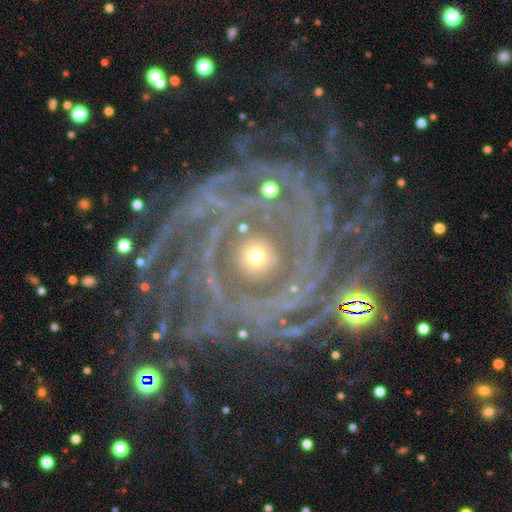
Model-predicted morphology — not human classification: featured or disk 66%, star or artifact 24%, smooth 10%. Down the decision tree: edge-on disk — no (95%); bar — no (48%); spiral arms — yes (89%); spiral arm count — can't tell (34%); spiral winding — tight (70%); bulge size — small (67%); merging — none (73%).